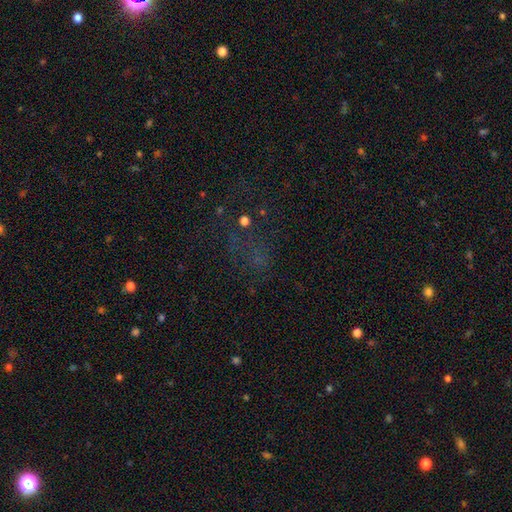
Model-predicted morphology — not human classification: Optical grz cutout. It shows a star or artifact, not a galaxy (54%).